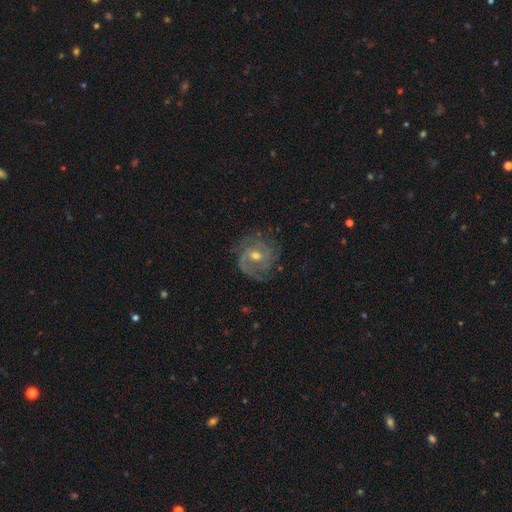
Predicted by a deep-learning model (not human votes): Smooth or featured?
  - featured or disk: 84% *
  - smooth: 9%
  - star or artifact: 7%
Edge-on disk?
  - no: 97% *
  - yes: 3%
Bar?
  - no: 55% *
  - weak: 36%
  - strong: 9%
Spiral arms?
  - yes: 95% *
  - no: 5%
Spiral winding?
  - tight: 53% *
  - medium: 36%
  - loose: 11%
Spiral arm count?
  - 2: 41% *
  - can't tell: 22%
  - 3: 19%
  - 1: 8%
  - 4: 5%
  - more than 4: 4%
Bulge size?
  - moderate: 61% *
  - small: 35%
  - large: 2%
  - none: 1%
  - dominant: 1%
Merging?
  - none: 74% *
  - minor disturbance: 17%
  - major disturbance: 8%
  - merger: 1%